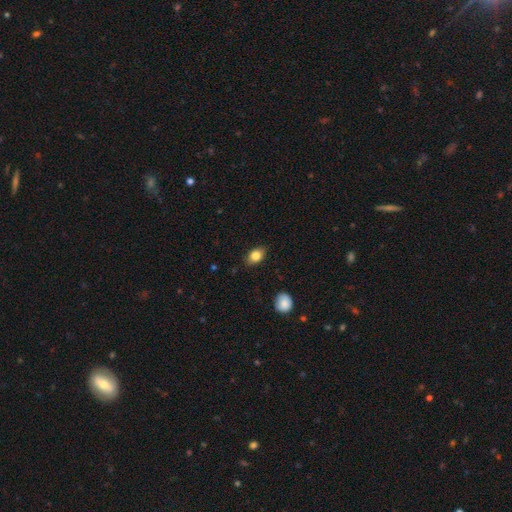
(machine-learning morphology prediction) smooth_or_featured: smooth (p=0.83) [alt: featured or disk p=0.09]
how_rounded: in between (p=0.82) [alt: round p=0.16]
merging: none (p=0.85) [alt: minor disturbance p=0.12]